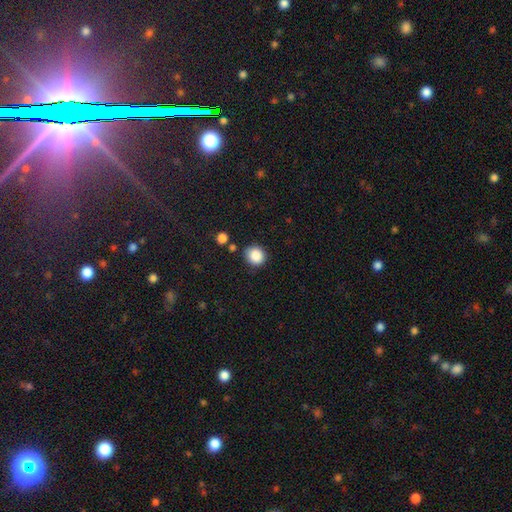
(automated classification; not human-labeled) This appears to be a smooth galaxy with no disk features (87%) that is round (81%). Merging: none (81%).